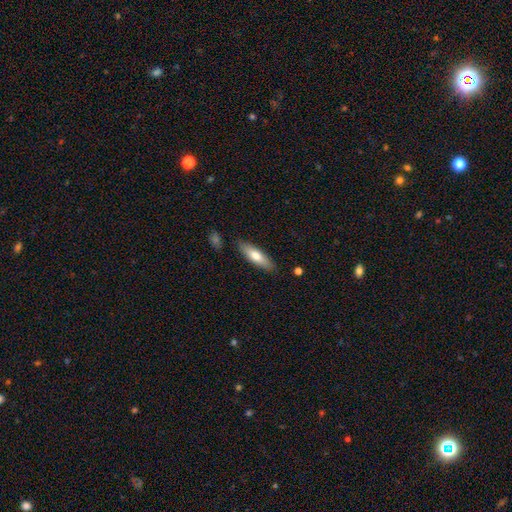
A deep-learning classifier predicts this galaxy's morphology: type=smooth (69%); roundness=cigar-shaped (54%); merging=none (86%).